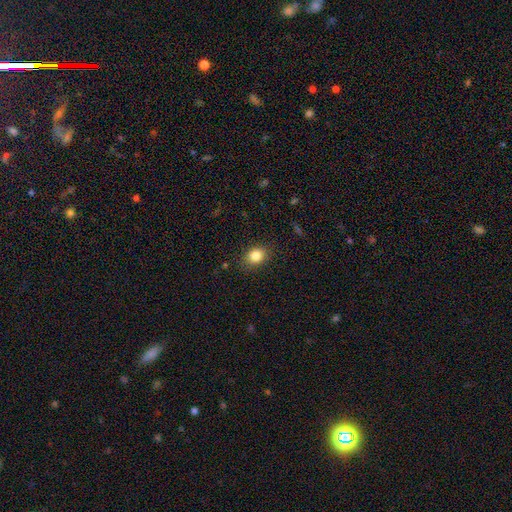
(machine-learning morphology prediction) smooth-or-featured: smooth: 84% | star or artifact: 10% | featured or disk: 6%
  how-rounded: in between: 52% | round: 46% | cigar-shaped: 1%
  merging: none: 85% | minor disturbance: 11% | major disturbance: 3% | merger: 1%